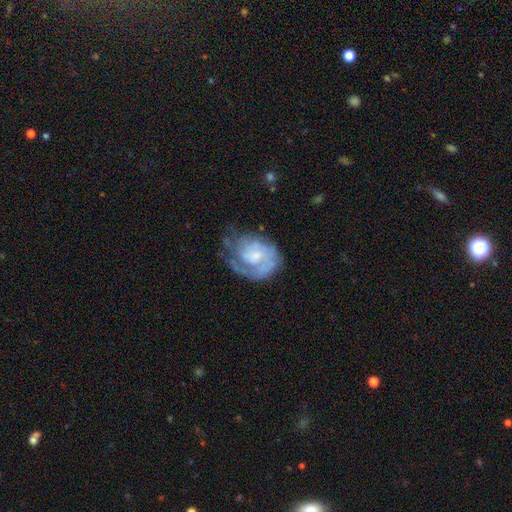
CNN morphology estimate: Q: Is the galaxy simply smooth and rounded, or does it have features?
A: featured or disk — 76%.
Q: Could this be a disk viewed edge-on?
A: no — 98%.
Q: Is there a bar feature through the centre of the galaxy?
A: no — 62%.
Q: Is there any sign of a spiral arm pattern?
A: yes — 89%.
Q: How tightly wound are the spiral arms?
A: tight — 56%.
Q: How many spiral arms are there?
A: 1 — 29%, tied with can't tell.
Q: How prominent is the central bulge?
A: small — 46%.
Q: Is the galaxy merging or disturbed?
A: none — 51%.